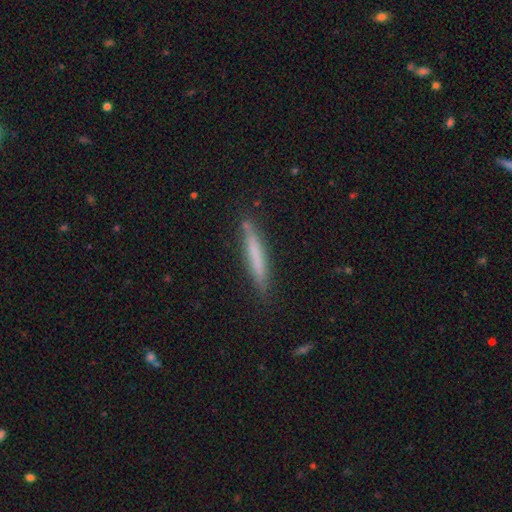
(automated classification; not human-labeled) smooth_or_featured: smooth (p=0.65) [alt: featured or disk p=0.28]
how_rounded: cigar-shaped (p=0.94) [alt: in between p=0.04]
merging: none (p=0.84) [alt: minor disturbance p=0.12]